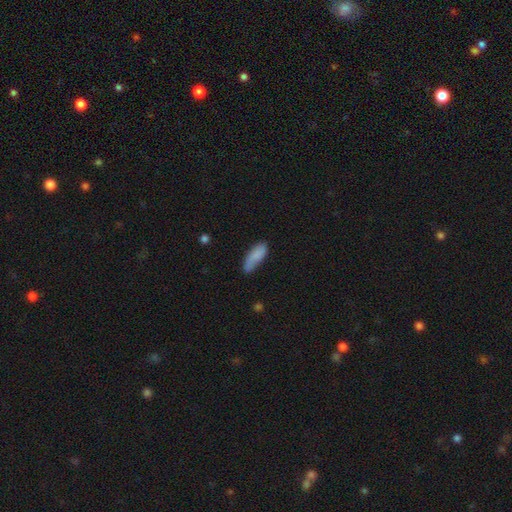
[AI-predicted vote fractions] Smooth or featured? Predicted: smooth (p=0.81). How rounded? Predicted: in between (p=0.68). Merging? Predicted: none (p=0.58).